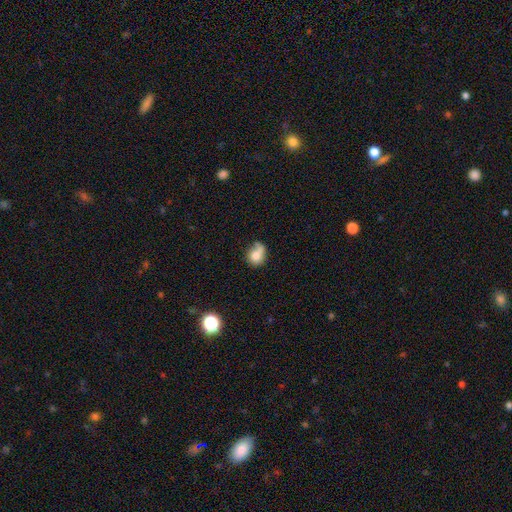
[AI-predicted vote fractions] Smooth or featured?
  - smooth: 73% *
  - featured or disk: 17%
  - star or artifact: 10%
How rounded?
  - round: 62% *
  - in between: 37%
  - cigar-shaped: 1%
Merging?
  - none: 37% *
  - minor disturbance: 25%
  - merger: 21%
  - major disturbance: 16%